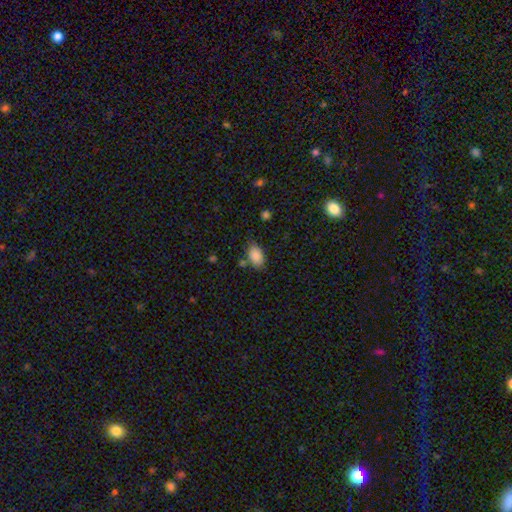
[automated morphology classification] smooth 87%, star or artifact 8%, featured or disk 6%. Down the decision tree: how rounded — in between (91%); merging — none (71%).